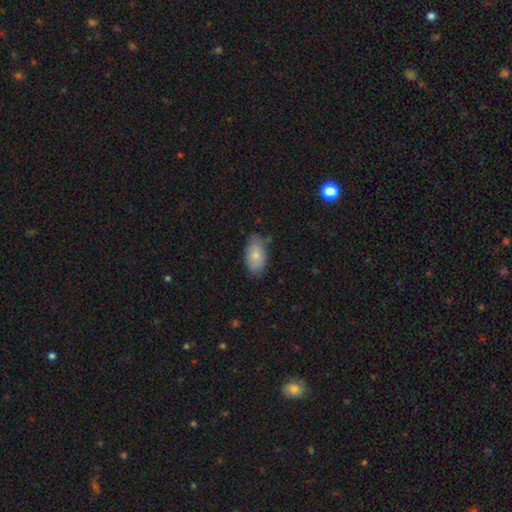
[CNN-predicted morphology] This appears to be a smooth galaxy with no disk features (79%) that is in between round and cigar-shaped (93%). Merging: none (72%).